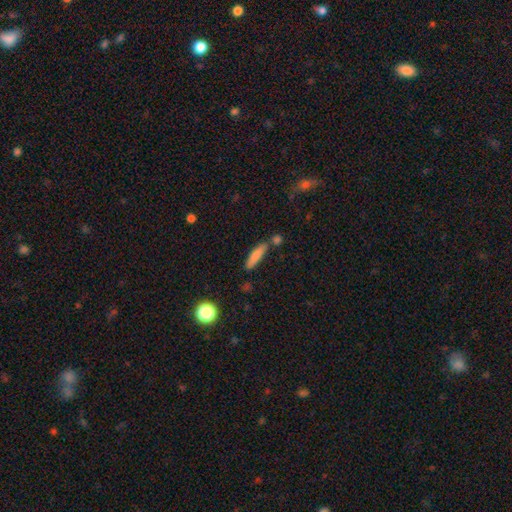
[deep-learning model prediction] Smooth or featured? Predicted: smooth (p=0.78). How rounded? Predicted: cigar-shaped (p=0.76). Merging? Predicted: none (p=0.69).